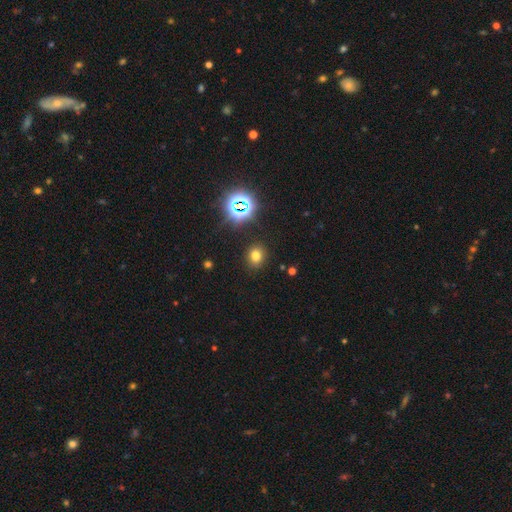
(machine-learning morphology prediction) A smooth galaxy with no disk features (70%) that is round (68%). Merging: none (88%).